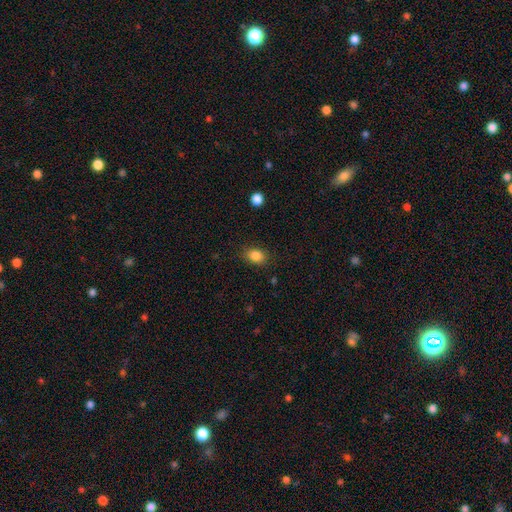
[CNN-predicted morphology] smooth 85%, star or artifact 10%, featured or disk 5%. Down the decision tree: how rounded — in between (65%); merging — none (84%).